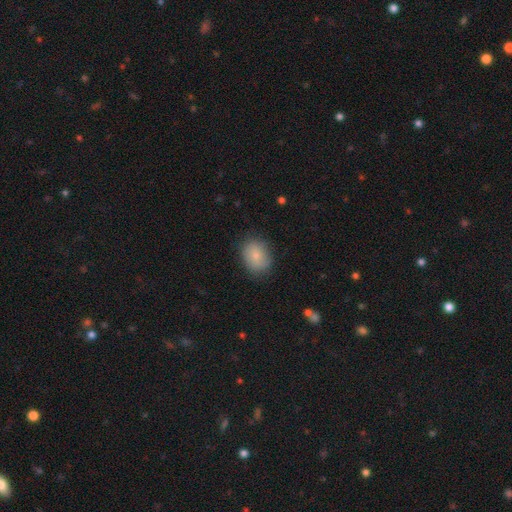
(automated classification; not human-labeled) smooth_or_featured: smooth (p=0.81) [alt: featured or disk p=0.11]
how_rounded: in between (p=0.56) [alt: round p=0.43]
merging: none (p=0.81) [alt: minor disturbance p=0.14]